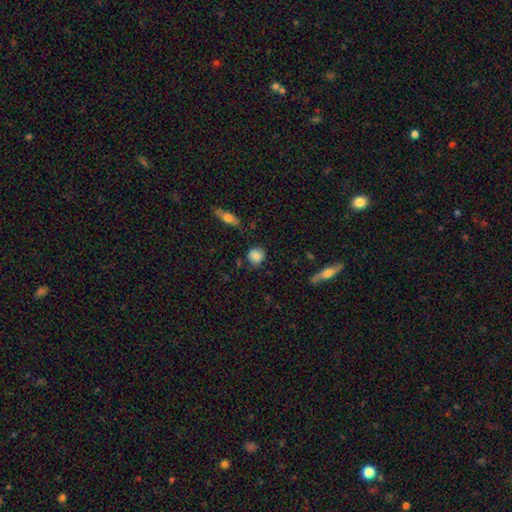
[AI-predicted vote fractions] smooth_or_featured: smooth (p=0.83) [alt: star or artifact p=0.09]
how_rounded: round (p=0.79) [alt: in between p=0.19]
merging: none (p=0.74) [alt: minor disturbance p=0.19]